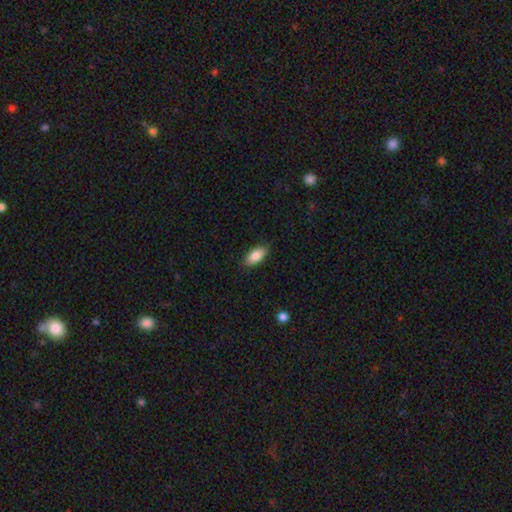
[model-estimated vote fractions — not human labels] Overall: smooth (86%). How rounded: in between (89%). Merging: none (87%).